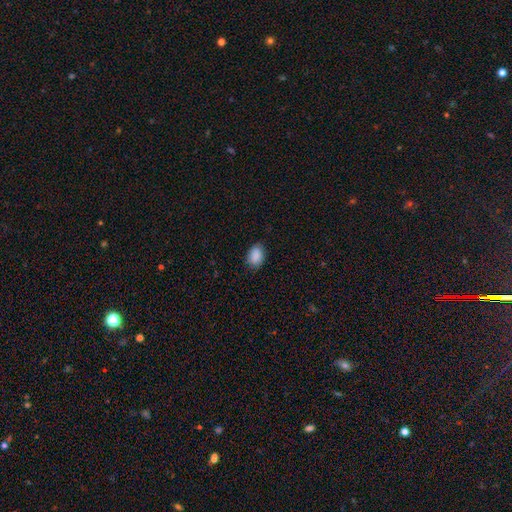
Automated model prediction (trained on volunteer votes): Smooth or featured: smooth — 89% (star or artifact — 7%)
How rounded: in between — 80% (round — 19%)
Merging: none — 82% (minor disturbance — 15%)